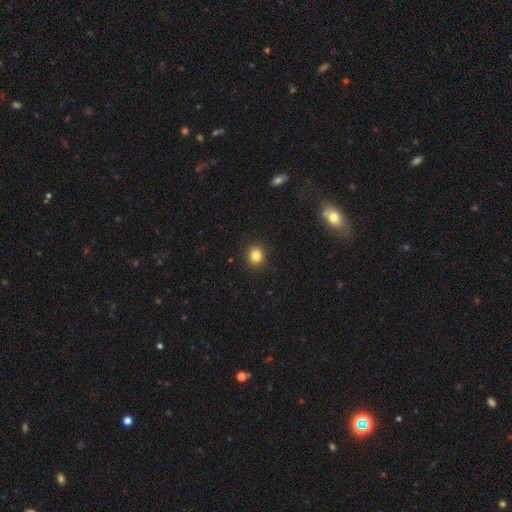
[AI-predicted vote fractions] The model was most divided on "how rounded": round: 83%, in between: 16%, cigar-shaped: 1%. More confident: merging — none (90%); smooth or featured — smooth (83%).